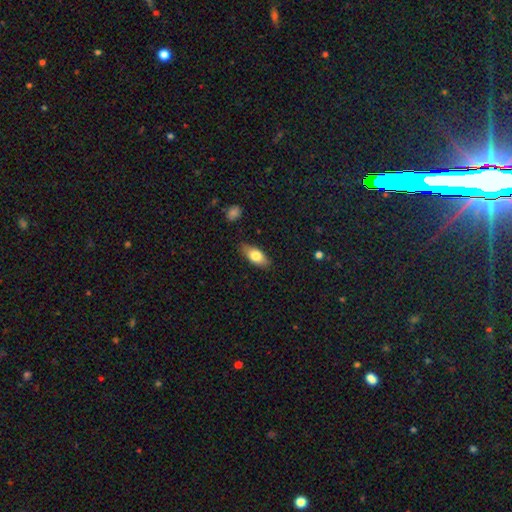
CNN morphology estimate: The model was most divided on "smooth or featured": smooth: 75%, featured or disk: 18%, star or artifact: 7%. More confident: merging — none (84%); how rounded — in between (83%).